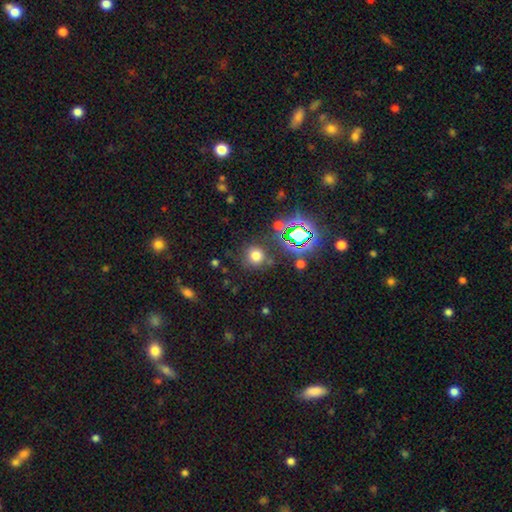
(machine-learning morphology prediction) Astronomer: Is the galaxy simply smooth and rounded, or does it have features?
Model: smooth — 69%.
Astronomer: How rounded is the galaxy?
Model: round — 90%.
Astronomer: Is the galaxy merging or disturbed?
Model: none — 79%.